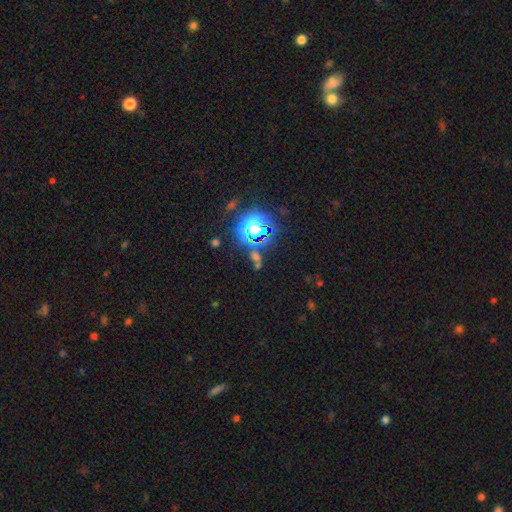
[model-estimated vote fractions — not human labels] Smooth or featured: star or artifact — 70% (smooth — 21%)